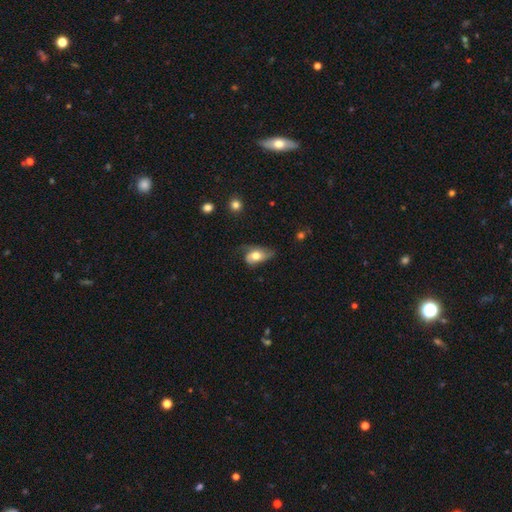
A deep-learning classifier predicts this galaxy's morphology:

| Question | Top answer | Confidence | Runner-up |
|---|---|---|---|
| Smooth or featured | smooth | 47% | featured or disk (46%) |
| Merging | none | 37% | minor disturbance (34%) |